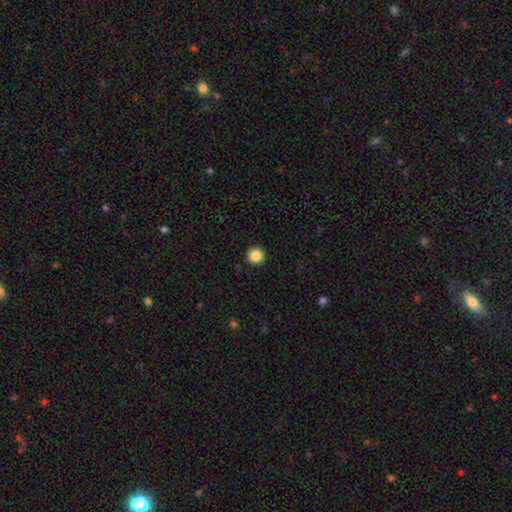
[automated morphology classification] smooth-or-featured: smooth: 86% | star or artifact: 10% | featured or disk: 4%
  how-rounded: round: 96% | in between: 3% | cigar-shaped: 1%
  merging: none: 93% | minor disturbance: 4% | major disturbance: 2% | merger: 1%